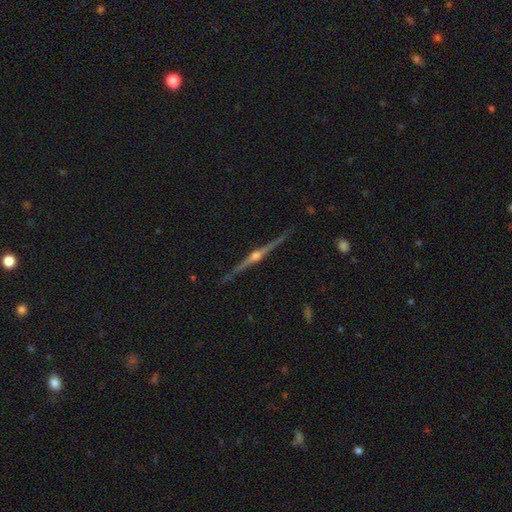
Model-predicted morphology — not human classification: This appears to be a featured or disk galaxy (89%) viewed edge-on (99%) with a rounded central bulge (95%). Merging: none (90%).